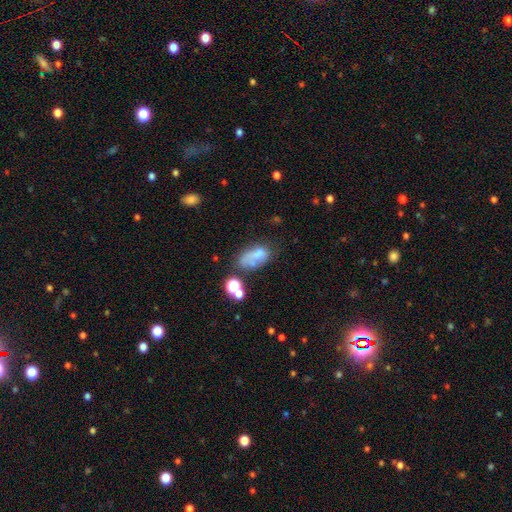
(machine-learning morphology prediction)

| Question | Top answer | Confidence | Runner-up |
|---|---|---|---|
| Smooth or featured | smooth | 60% | featured or disk (25%) |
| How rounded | in between | 86% | round (11%) |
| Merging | none | 29% | major disturbance (25%) |